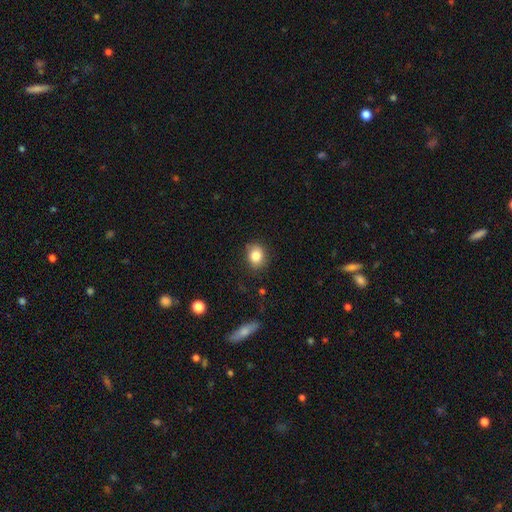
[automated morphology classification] Q: Smooth or featured?
A: smooth (83%); runner-up: star or artifact (9%)
Q: How rounded?
A: round (55%); runner-up: in between (44%)
Q: Merging?
A: none (81%); runner-up: minor disturbance (15%)